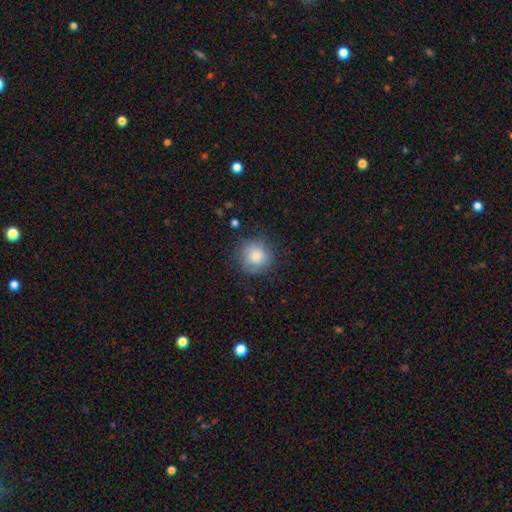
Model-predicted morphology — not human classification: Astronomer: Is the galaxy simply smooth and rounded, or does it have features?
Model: smooth — 77%.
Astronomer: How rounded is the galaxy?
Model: round — 90%.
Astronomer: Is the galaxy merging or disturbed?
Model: none — 75%.